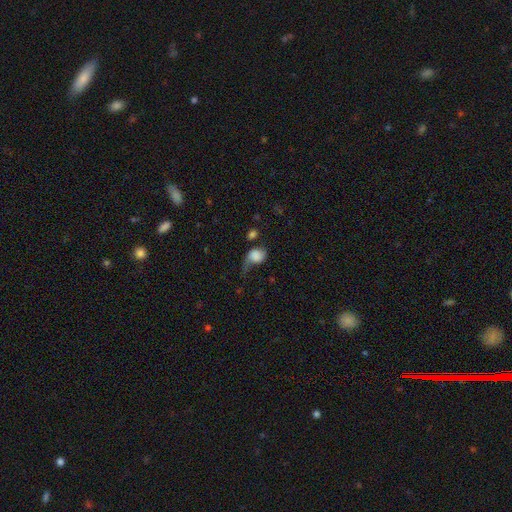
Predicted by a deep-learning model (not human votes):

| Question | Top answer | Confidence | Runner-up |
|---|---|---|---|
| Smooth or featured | smooth | 72% | featured or disk (18%) |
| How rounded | round | 53% | in between (46%) |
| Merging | major disturbance | 43% | minor disturbance (26%) |